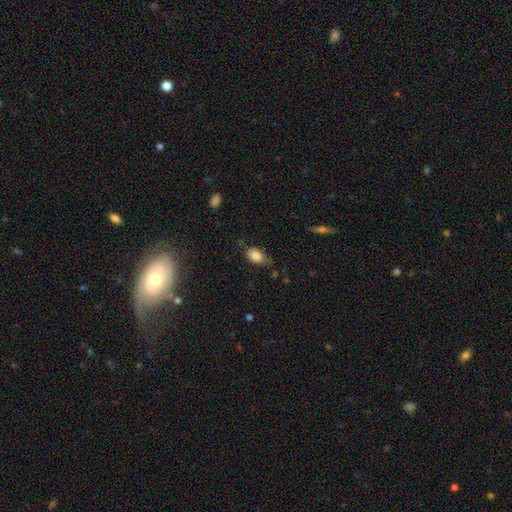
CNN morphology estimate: Q: Smooth or featured?
A: smooth (84%); runner-up: star or artifact (9%)
Q: How rounded?
A: in between (83%); runner-up: round (16%)
Q: Merging?
A: none (62%); runner-up: minor disturbance (28%)